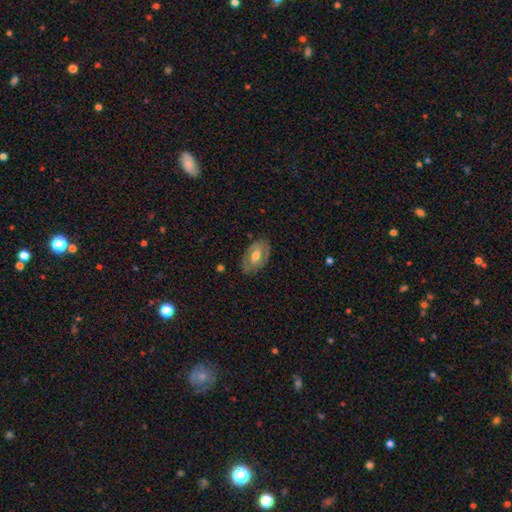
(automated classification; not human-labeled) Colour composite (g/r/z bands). It shows a featured or disk galaxy (62%) with a weak bar (41%, tied with no), spiral arms (64%) and a moderate central bulge (70%). Merging: none (79%).